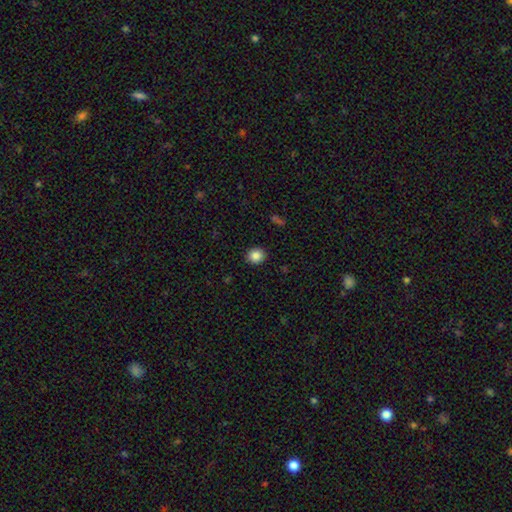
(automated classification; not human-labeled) smooth 86%, star or artifact 10%, featured or disk 4%. Down the decision tree: how rounded — round (86%); merging — none (91%).